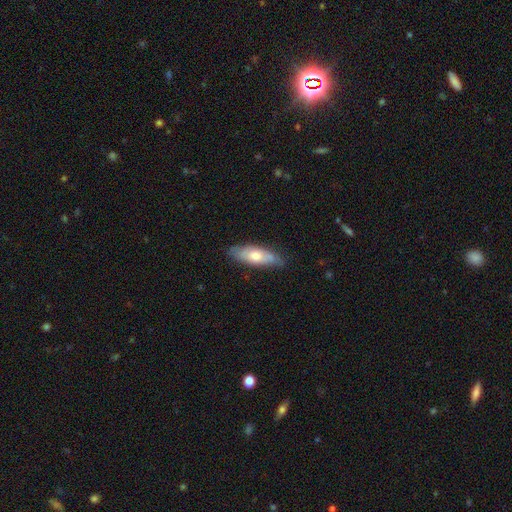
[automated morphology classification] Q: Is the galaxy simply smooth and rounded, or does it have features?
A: smooth — 57%.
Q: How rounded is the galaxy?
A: in between — 59%.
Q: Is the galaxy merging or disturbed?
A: none — 80%.